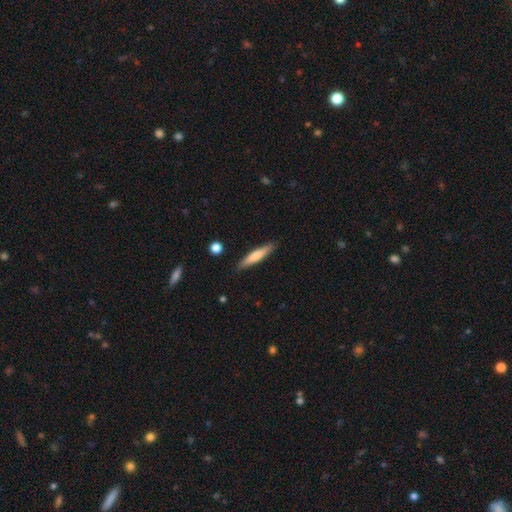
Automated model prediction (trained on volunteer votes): The model was most divided on "smooth or featured": smooth: 68%, featured or disk: 26%, star or artifact: 6%. More confident: how rounded — cigar-shaped (88%); merging — none (88%).